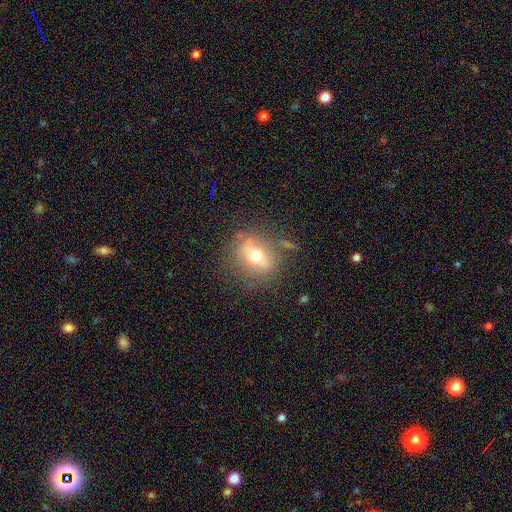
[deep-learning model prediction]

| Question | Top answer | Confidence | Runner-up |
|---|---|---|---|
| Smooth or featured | smooth | 48% | featured or disk (40%) |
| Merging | none | 73% | minor disturbance (16%) |